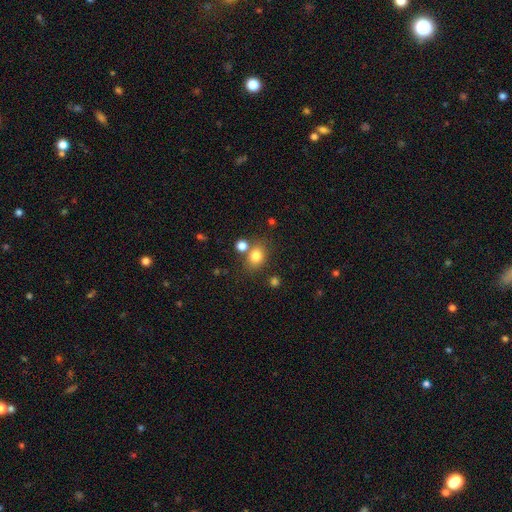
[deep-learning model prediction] Smooth or featured? Predicted: smooth (p=0.80). How rounded? Predicted: round (p=0.54). Merging? Predicted: none (p=0.68).